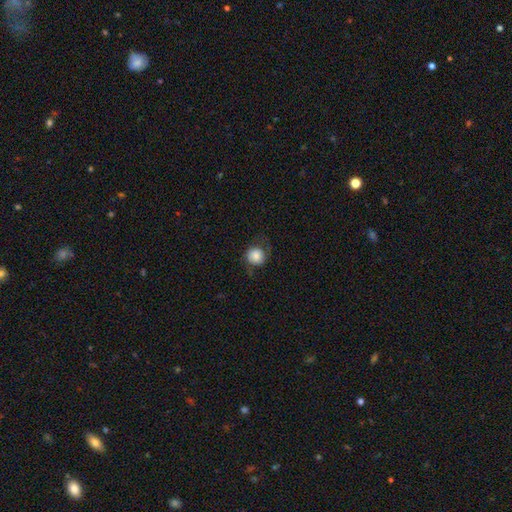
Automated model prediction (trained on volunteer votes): This is likely a smooth galaxy (71%). How rounded: clearly round (86%). Merging: likely none (65%).